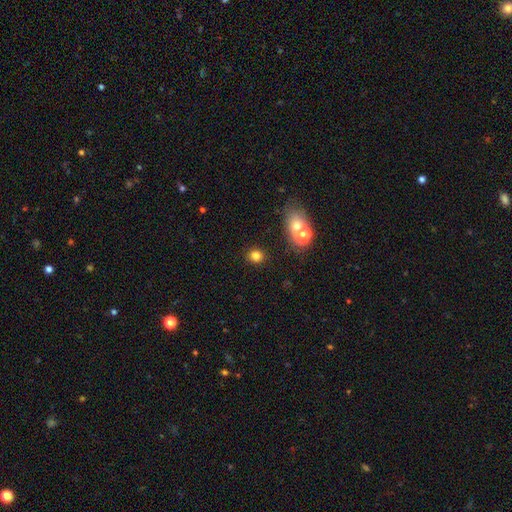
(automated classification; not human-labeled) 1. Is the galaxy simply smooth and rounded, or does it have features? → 80% smooth, 14% star or artifact, 6% featured or disk.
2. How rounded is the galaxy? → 82% round, 17% in between, 1% cigar-shaped.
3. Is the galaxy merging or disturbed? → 84% none, 7% merger, 7% minor disturbance, 3% major disturbance.